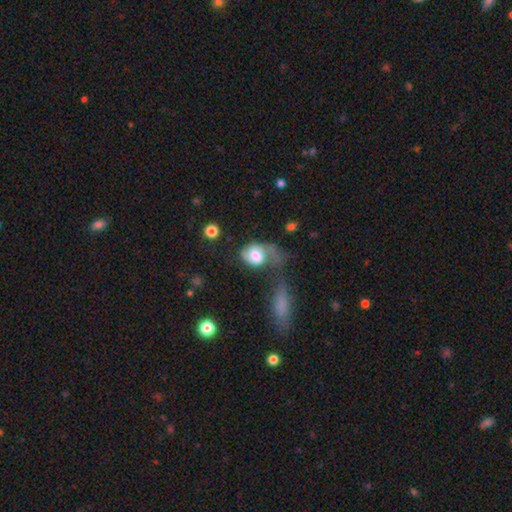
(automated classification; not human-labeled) Smooth or featured: smooth — 54% (featured or disk — 39%)
How rounded: in between — 62% (round — 36%)
Merging: major disturbance — 40% (merger — 22%)